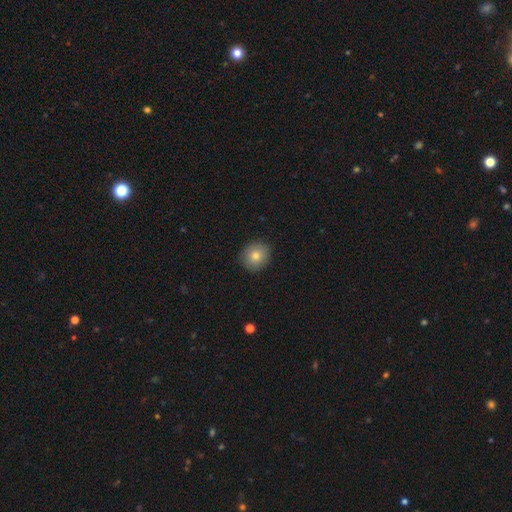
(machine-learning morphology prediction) This is likely a smooth galaxy (79%). How rounded: likely round (78%). Merging: clearly none (90%).